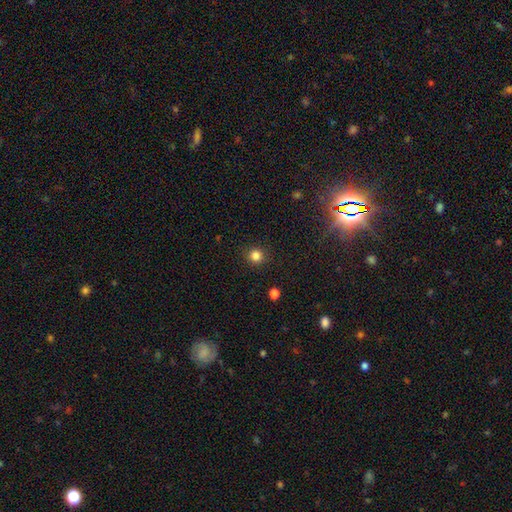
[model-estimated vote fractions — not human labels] Smooth or featured? smooth (83%)
How rounded? round (91%)
Merging? none (90%)